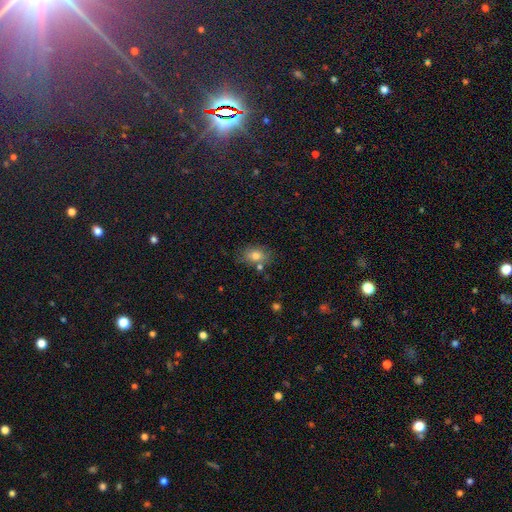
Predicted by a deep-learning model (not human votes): Smooth or featured? smooth (78%)
How rounded? in between (72%)
Merging? none (71%)